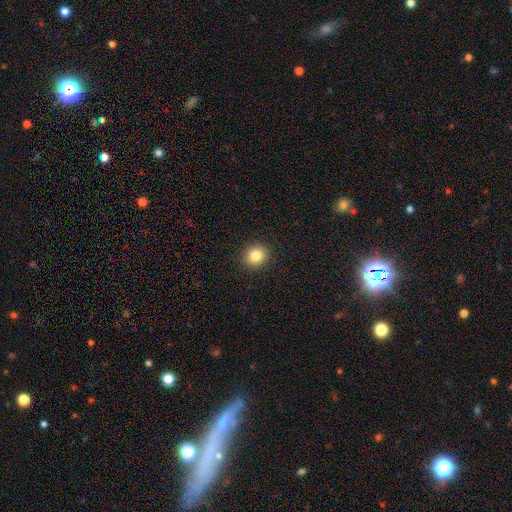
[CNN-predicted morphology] Smooth or featured?
  - smooth: 83% *
  - star or artifact: 11%
  - featured or disk: 6%
How rounded?
  - round: 82% *
  - in between: 17%
  - cigar-shaped: 1%
Merging?
  - none: 92% *
  - minor disturbance: 5%
  - major disturbance: 2%
  - merger: 1%